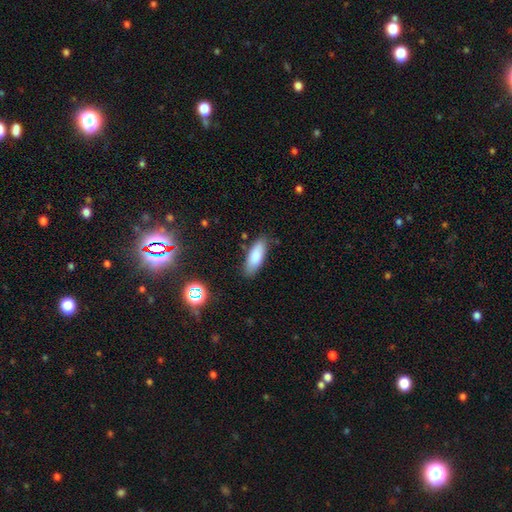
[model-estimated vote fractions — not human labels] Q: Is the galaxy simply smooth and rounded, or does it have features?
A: smooth — 84%.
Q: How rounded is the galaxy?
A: in between — 70%.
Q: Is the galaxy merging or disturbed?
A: none — 82%.